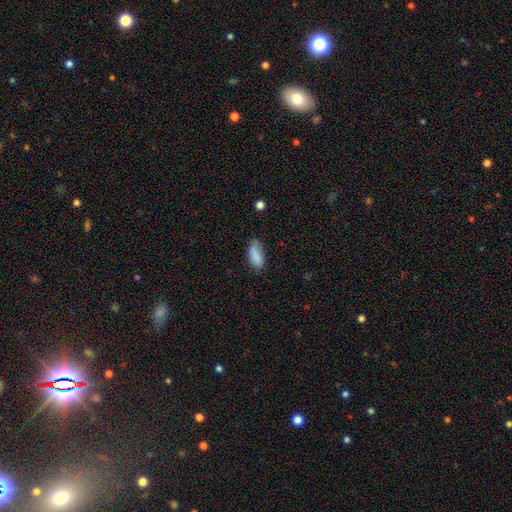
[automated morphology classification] This appears to be a smooth galaxy with no disk features (86%) that is in between round and cigar-shaped (84%). Merging: none (59%).